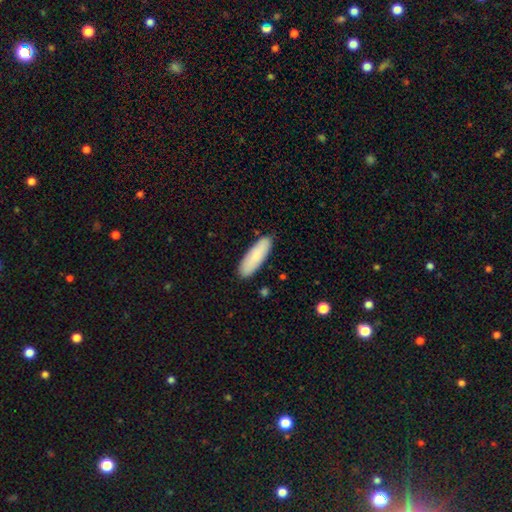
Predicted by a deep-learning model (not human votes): This is clearly a smooth galaxy (84%). How rounded: possibly cigar-shaped (49%, tied with in between). Merging: clearly none (87%).